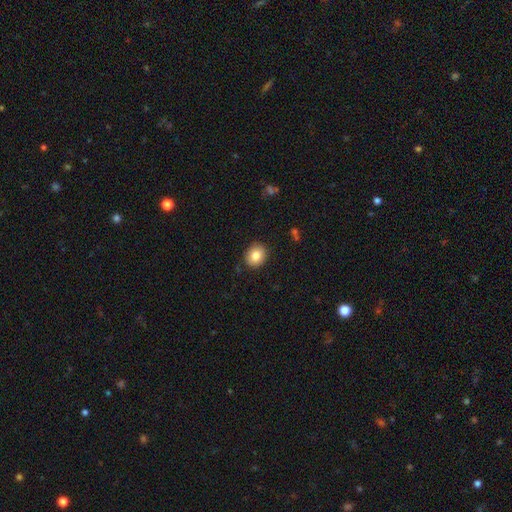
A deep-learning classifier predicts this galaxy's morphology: The model was most divided on "how rounded": round: 65%, in between: 34%, cigar-shaped: 1%. More confident: merging — none (89%); smooth or featured — smooth (83%).